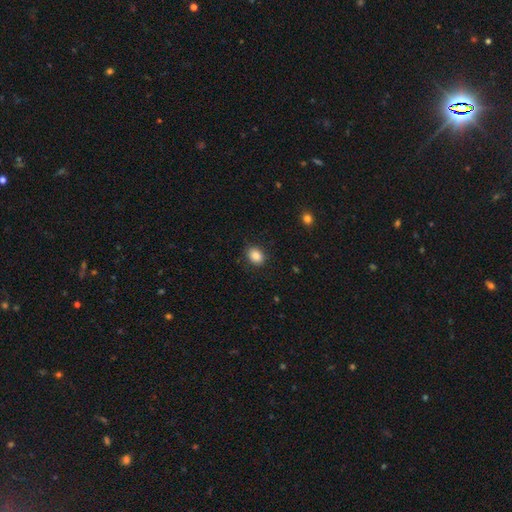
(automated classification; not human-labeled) Smooth or featured? smooth (87%)
How rounded? in between (56%)
Merging? none (88%)